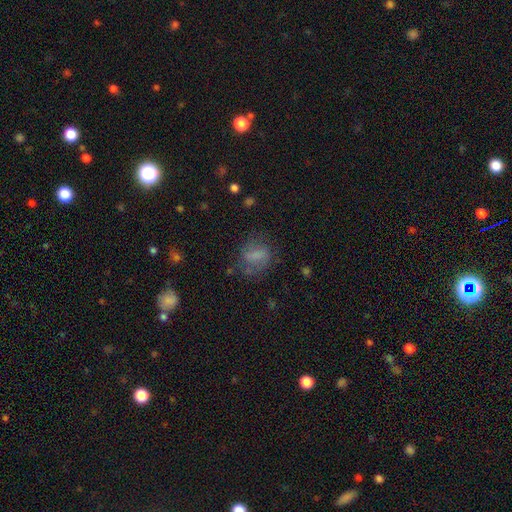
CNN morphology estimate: smooth_or_featured: smooth (p=0.56) [alt: featured or disk p=0.31]
how_rounded: in between (p=0.58) [alt: round p=0.37]
merging: none (p=0.57) [alt: minor disturbance p=0.23]